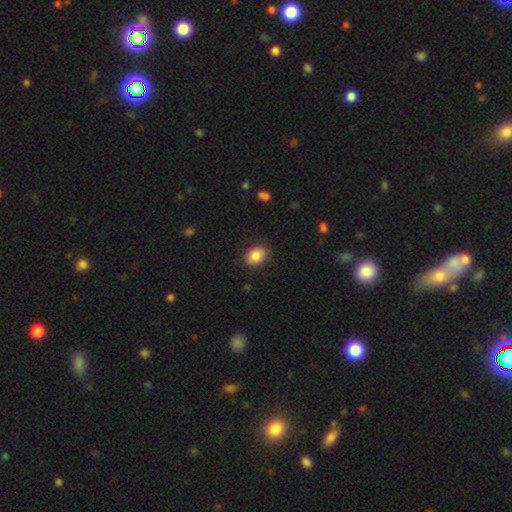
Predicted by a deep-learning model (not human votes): smooth 86%, star or artifact 8%, featured or disk 6%. Down the decision tree: how rounded — in between (67%); merging — none (83%).